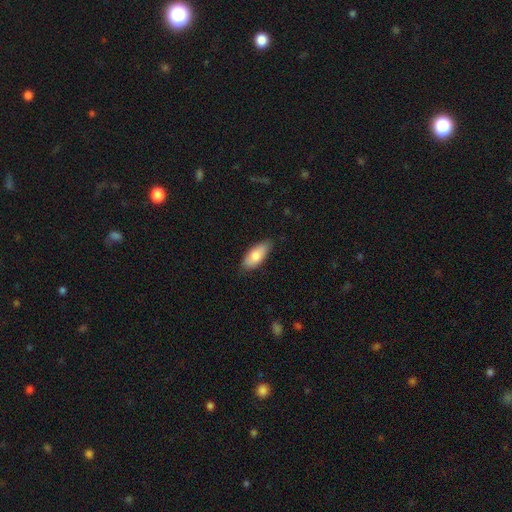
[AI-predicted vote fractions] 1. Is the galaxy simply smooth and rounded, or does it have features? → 77% smooth, 17% featured or disk, 6% star or artifact.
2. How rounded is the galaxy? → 84% in between, 14% cigar-shaped, 2% round.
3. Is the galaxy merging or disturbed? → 80% none, 17% minor disturbance, 2% major disturbance, 1% merger.